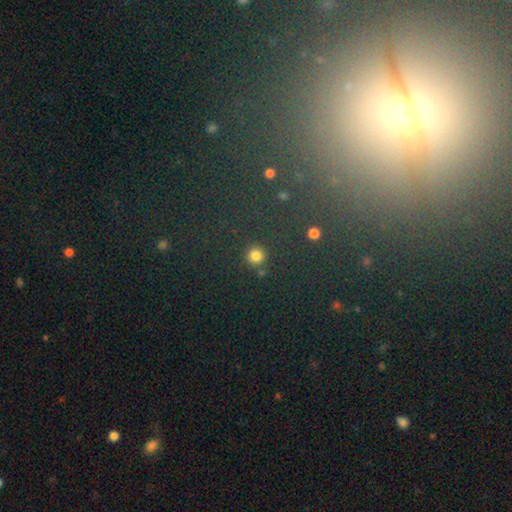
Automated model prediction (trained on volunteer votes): This is likely a smooth galaxy (79%). How rounded: clearly round (95%). Merging: clearly none (86%).